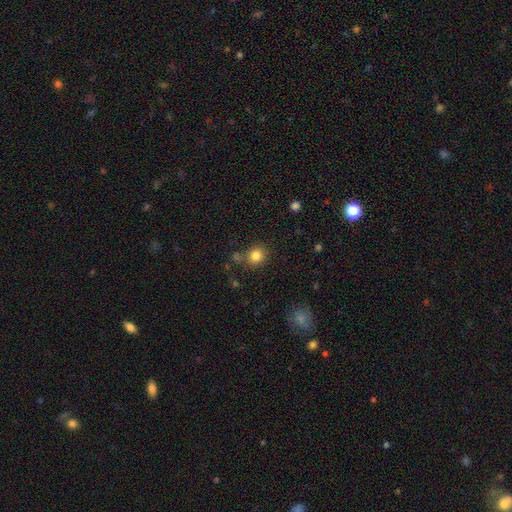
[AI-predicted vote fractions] smooth_or_featured: smooth (p=0.83) [alt: star or artifact p=0.12]
how_rounded: round (p=0.82) [alt: in between p=0.17]
merging: none (p=0.75) [alt: minor disturbance p=0.12]